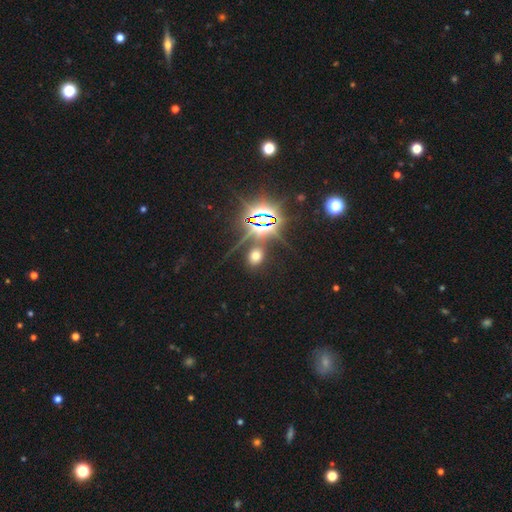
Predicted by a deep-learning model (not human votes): Smooth or featured? Predicted: smooth (p=0.48). Merging? Predicted: none (p=0.80).